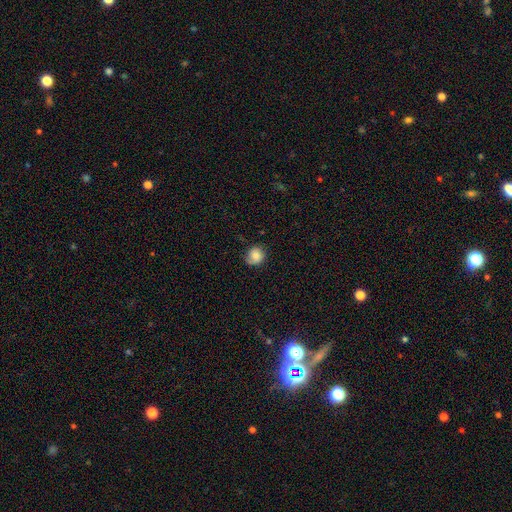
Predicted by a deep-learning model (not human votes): Smooth or featured? smooth (78%)
How rounded? round (78%)
Merging? none (69%)